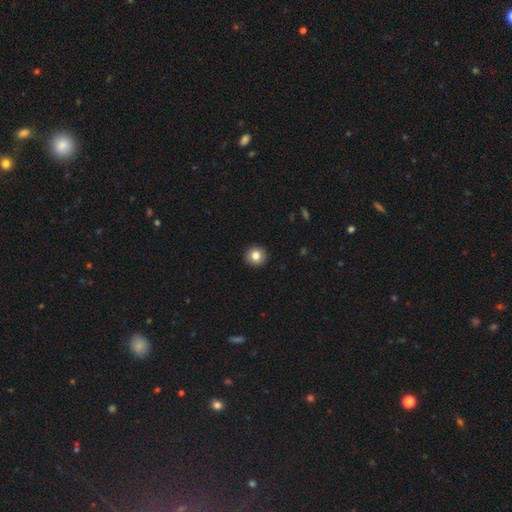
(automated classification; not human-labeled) This appears to be a smooth galaxy with no disk features (83%) that is round (94%). Merging: none (93%).